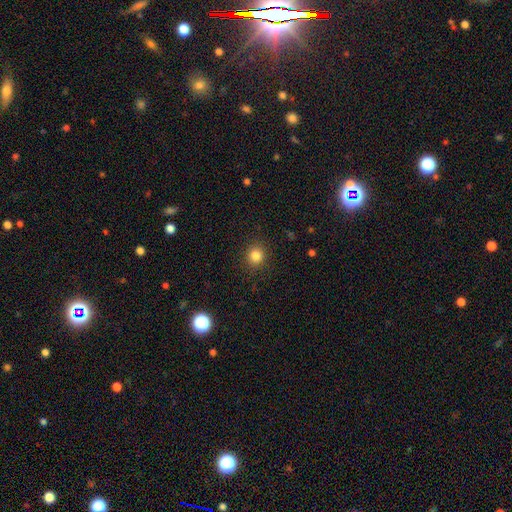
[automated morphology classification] Smooth or featured? smooth (83%)
How rounded? round (90%)
Merging? none (91%)